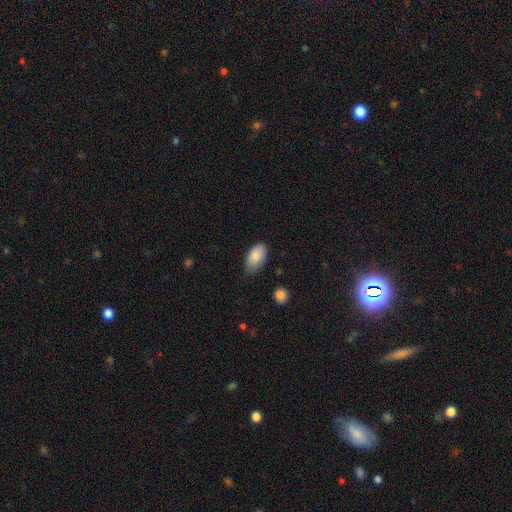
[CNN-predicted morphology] smooth 87%, featured or disk 7%, star or artifact 7%. Down the decision tree: how rounded — in between (95%); merging — none (67%).